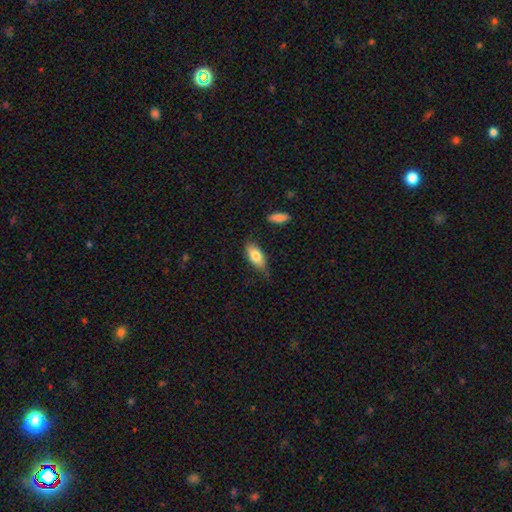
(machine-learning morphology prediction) Smooth or featured?
  - smooth: 79% *
  - featured or disk: 15%
  - star or artifact: 6%
How rounded?
  - in between: 86% *
  - cigar-shaped: 12%
  - round: 3%
Merging?
  - none: 68% *
  - minor disturbance: 24%
  - major disturbance: 5%
  - merger: 3%